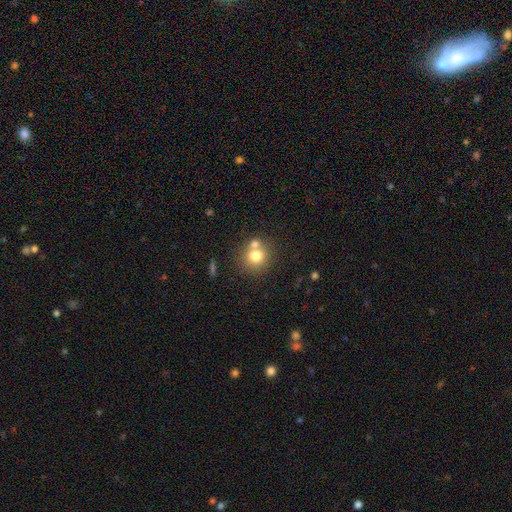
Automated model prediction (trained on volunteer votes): Q: Smooth or featured?
A: smooth (75%); runner-up: featured or disk (14%)
Q: How rounded?
A: round (87%); runner-up: in between (12%)
Q: Merging?
A: none (55%); runner-up: merger (33%)